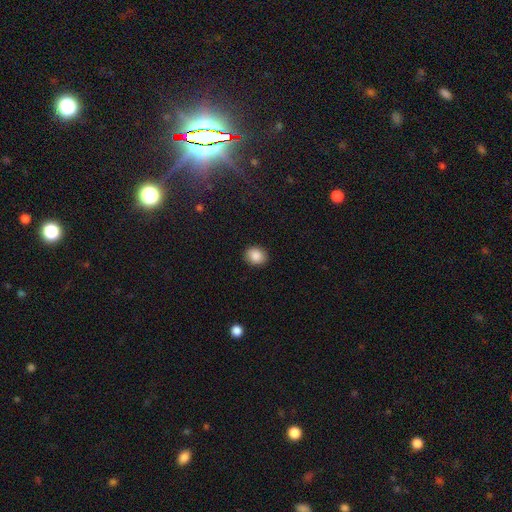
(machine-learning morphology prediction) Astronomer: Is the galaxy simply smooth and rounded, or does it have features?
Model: smooth — 88%.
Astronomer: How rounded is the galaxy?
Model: round — 61% (runner-up: in between, 38%).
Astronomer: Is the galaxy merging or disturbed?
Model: none — 90%.